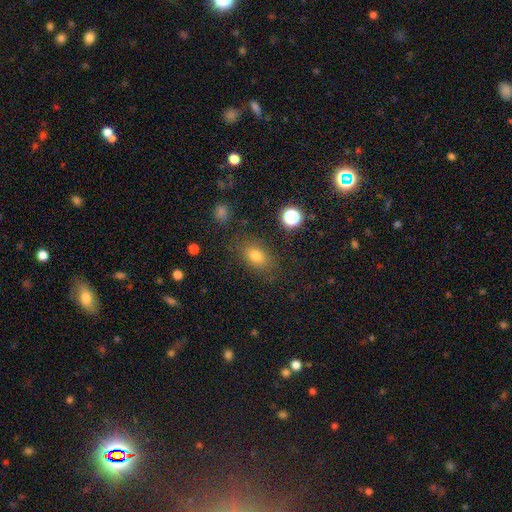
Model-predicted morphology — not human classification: The model was most divided on "how rounded": in between: 77%, round: 20%, cigar-shaped: 3%. More confident: merging — none (80%); smooth or featured — smooth (76%).